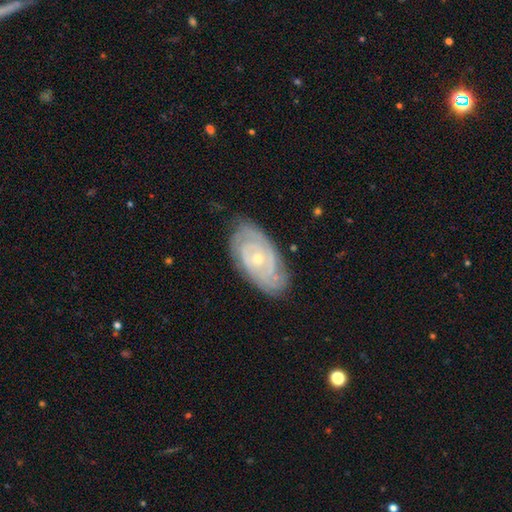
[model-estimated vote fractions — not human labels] The model was most divided on "spiral arm count": can't tell: 34%, 2: 33%, 3: 15%, 4: 8%, more than 4: 5%, 1: 5%. More confident: edge-on disk — no (94%); spiral arms — yes (93%); merging — none (82%); smooth or featured — featured or disk (80%); spiral winding — tight (77%); bar — no (67%); bulge size — small (62%).